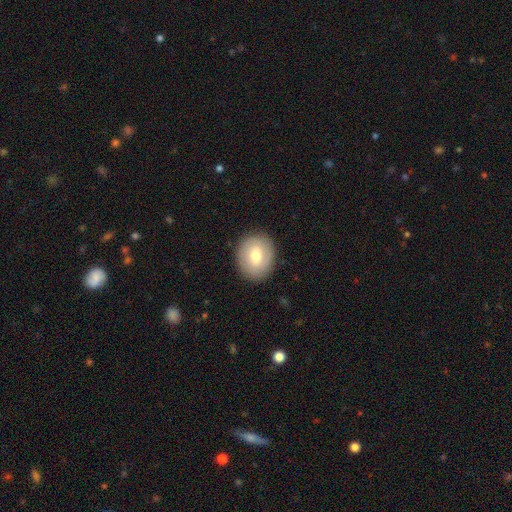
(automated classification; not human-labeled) Smooth or featured?
  - smooth: 69% *
  - featured or disk: 23%
  - star or artifact: 8%
How rounded?
  - round: 58% *
  - in between: 41%
  - cigar-shaped: 1%
Merging?
  - none: 87% *
  - minor disturbance: 9%
  - major disturbance: 3%
  - merger: 1%